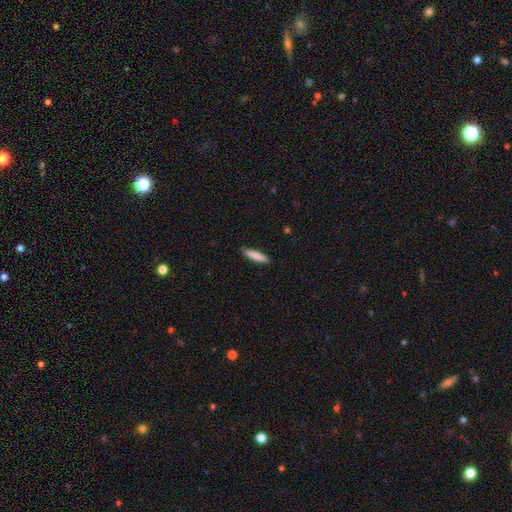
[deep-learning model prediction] smooth_or_featured: smooth (p=0.83) [alt: featured or disk p=0.12]
how_rounded: cigar-shaped (p=0.83) [alt: in between p=0.15]
merging: none (p=0.89) [alt: minor disturbance p=0.09]